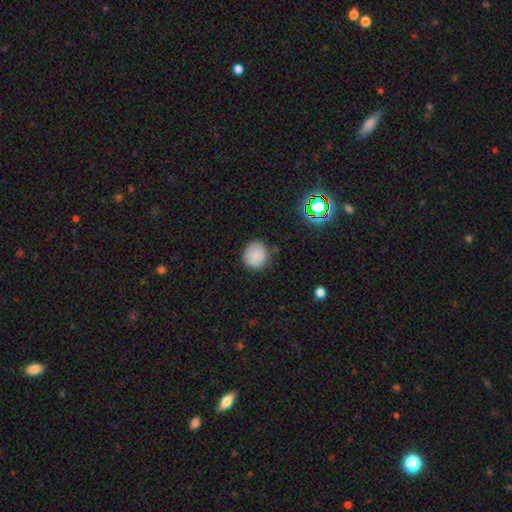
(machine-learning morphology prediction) A smooth galaxy with no disk features (84%) that is round (90%).

Vote fractions:
- Smooth or featured? smooth: 84% / star or artifact: 11% / featured or disk: 5%
- How rounded? round: 90% / in between: 9% / cigar-shaped: 1%
- Merging? none: 82% / minor disturbance: 13% / major disturbance: 3% / merger: 2%